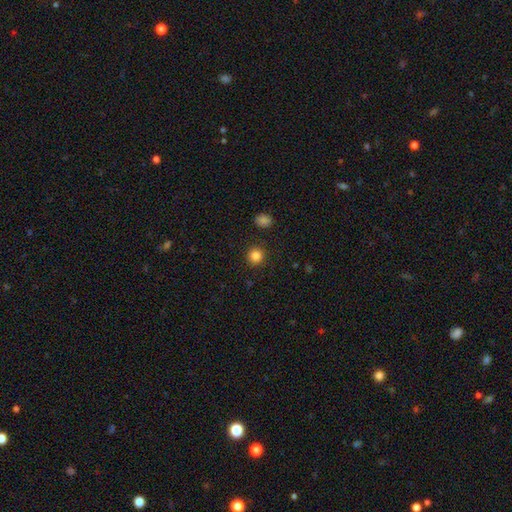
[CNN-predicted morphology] Smooth or featured: smooth — 85% (star or artifact — 11%)
How rounded: round — 94% (in between — 5%)
Merging: none — 92% (minor disturbance — 5%)